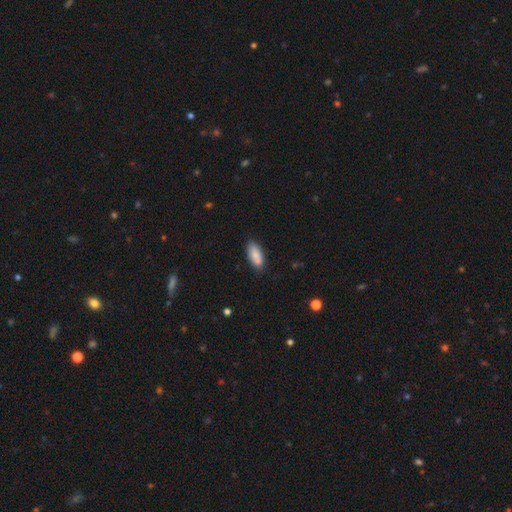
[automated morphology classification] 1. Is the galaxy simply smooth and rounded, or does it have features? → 83% smooth, 10% featured or disk, 7% star or artifact.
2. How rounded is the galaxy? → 85% in between, 13% cigar-shaped, 2% round.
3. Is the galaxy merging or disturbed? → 70% none, 19% minor disturbance, 8% merger, 3% major disturbance.